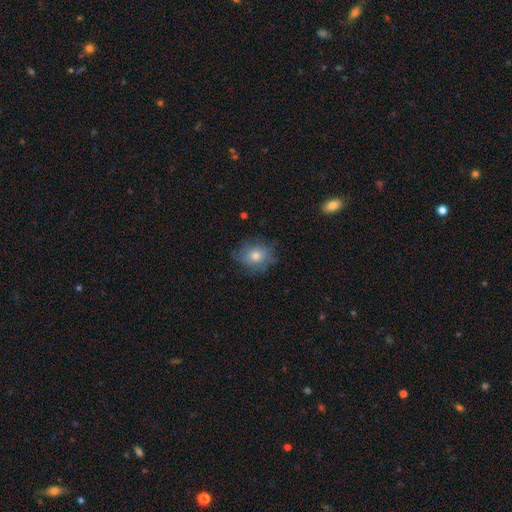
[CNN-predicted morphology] smooth-or-featured: smooth: 61% | featured or disk: 27% | star or artifact: 12%
  how-rounded: round: 62% | in between: 37% | cigar-shaped: 1%
  merging: none: 70% | minor disturbance: 21% | major disturbance: 8% | merger: 1%